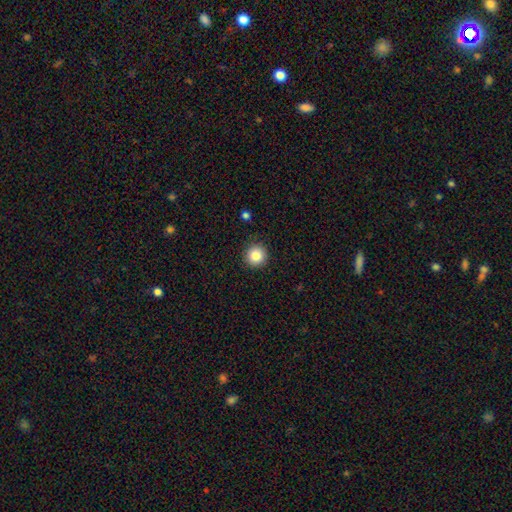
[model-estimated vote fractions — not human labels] smooth 85%, star or artifact 10%, featured or disk 5%. Down the decision tree: how rounded — round (95%); merging — none (91%).